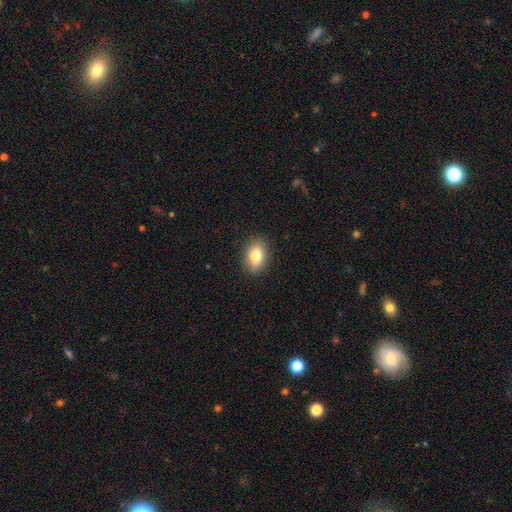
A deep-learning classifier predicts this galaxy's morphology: type=smooth (77%); roundness=in between (82%); merging=none (88%).